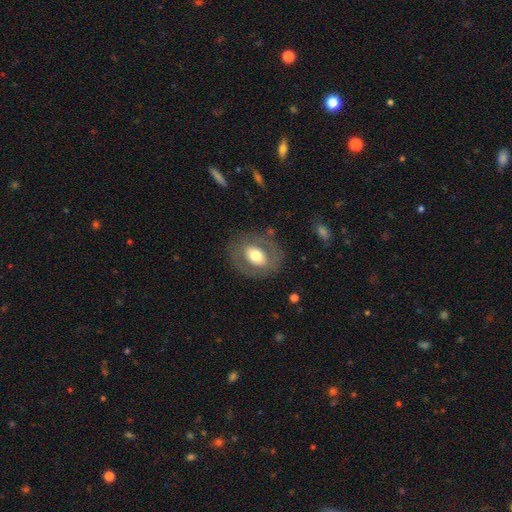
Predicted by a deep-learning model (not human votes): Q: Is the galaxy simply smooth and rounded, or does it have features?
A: smooth — 50%.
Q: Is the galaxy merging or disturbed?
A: none — 78%.